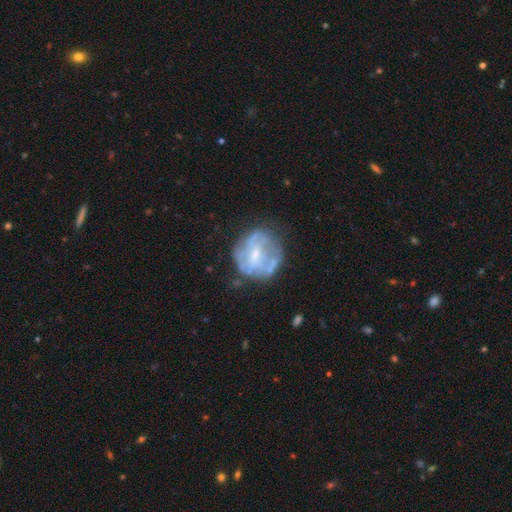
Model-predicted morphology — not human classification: Smooth or featured?
  - featured or disk: 65% *
  - smooth: 27%
  - star or artifact: 9%
Edge-on disk?
  - no: 98% *
  - yes: 2%
Bar?
  - no: 54% *
  - weak: 37%
  - strong: 9%
Spiral arms?
  - no: 63% *
  - yes: 37%
Bulge size?
  - small: 52% *
  - moderate: 32%
  - none: 13%
  - large: 2%
  - dominant: 1%
Merging?
  - none: 58% *
  - minor disturbance: 22%
  - major disturbance: 16%
  - merger: 5%